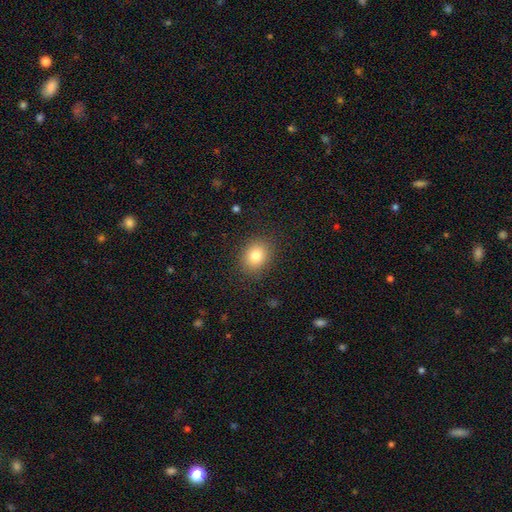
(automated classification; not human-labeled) smooth-or-featured: smooth: 80% | star or artifact: 11% | featured or disk: 9%
  how-rounded: round: 55% | in between: 44% | cigar-shaped: 1%
  merging: none: 87% | minor disturbance: 9% | major disturbance: 3% | merger: 1%